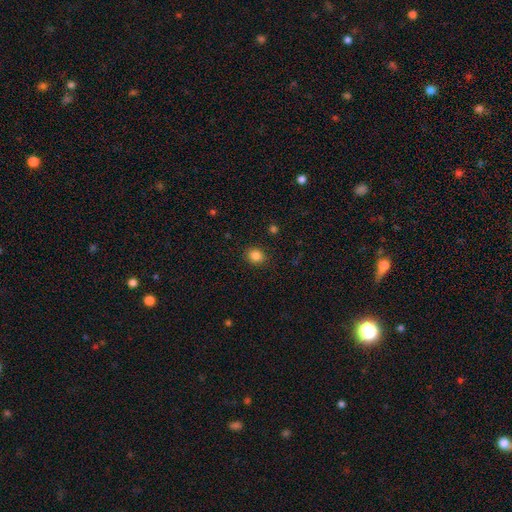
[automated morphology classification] type=smooth (85%); roundness=round (70%); merging=none (89%).